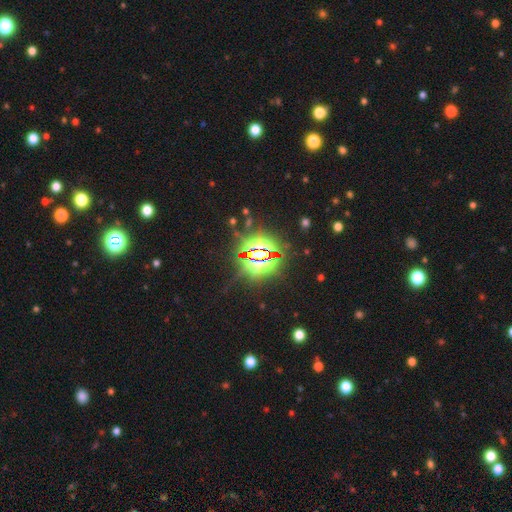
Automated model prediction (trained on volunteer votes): Smooth or featured? star or artifact (85%)